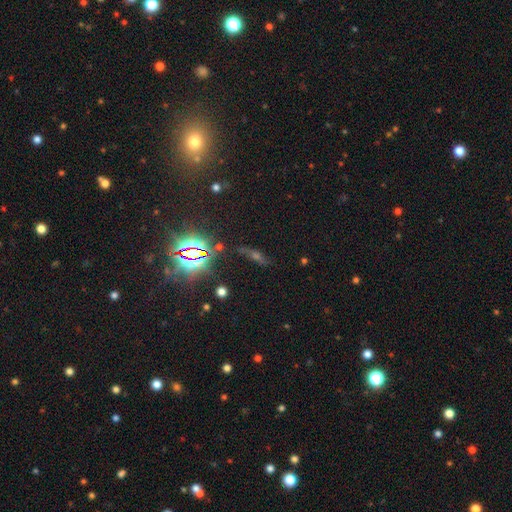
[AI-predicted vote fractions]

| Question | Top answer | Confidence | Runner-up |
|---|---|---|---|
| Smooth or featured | star or artifact | 49% | featured or disk (28%) |